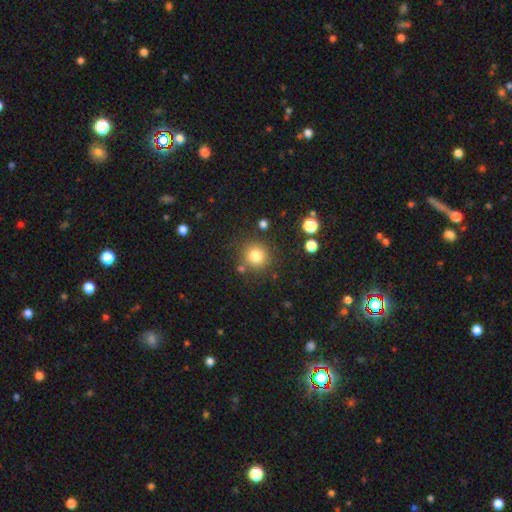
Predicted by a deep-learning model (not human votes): A smooth galaxy with no disk features (81%) that is round (92%). Merging: none (82%).